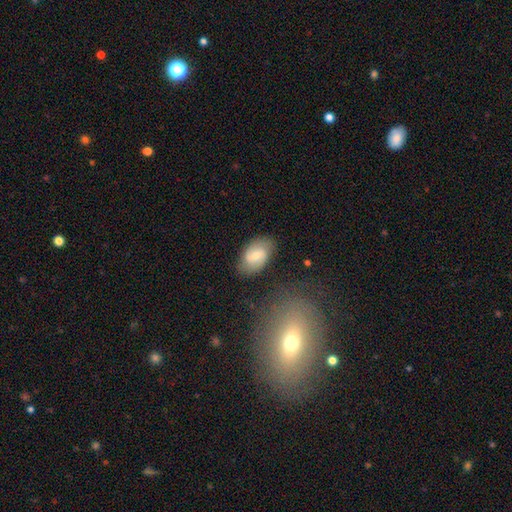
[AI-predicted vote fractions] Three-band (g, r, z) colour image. It shows a smooth galaxy with no disk features (52%) that is in between round and cigar-shaped (91%). Merging: none (78%).